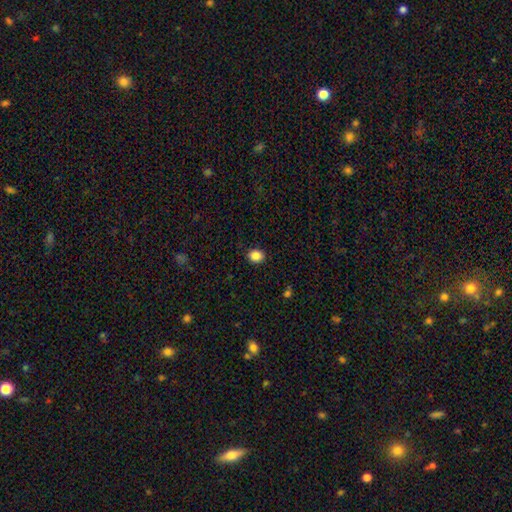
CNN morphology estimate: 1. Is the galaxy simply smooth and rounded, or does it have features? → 87% smooth, 10% star or artifact, 4% featured or disk.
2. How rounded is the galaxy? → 54% round, 45% in between, 1% cigar-shaped.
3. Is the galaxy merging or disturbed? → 89% none, 8% minor disturbance, 2% major disturbance, 1% merger.